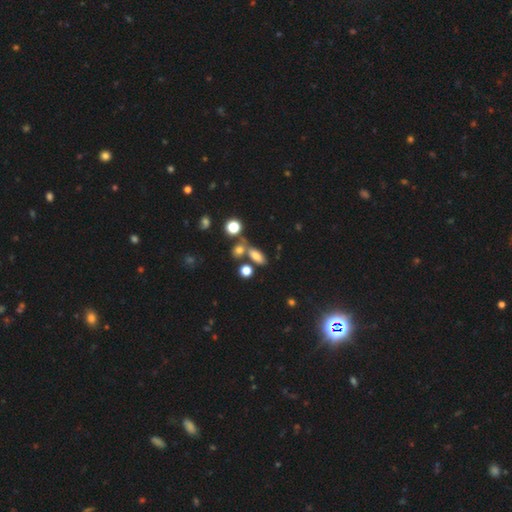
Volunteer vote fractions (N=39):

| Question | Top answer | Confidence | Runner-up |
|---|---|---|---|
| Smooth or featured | smooth | 82% | star or artifact (13%) |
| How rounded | in between | 72% | round (16%) |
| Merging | none | 38% | merger (32%) |